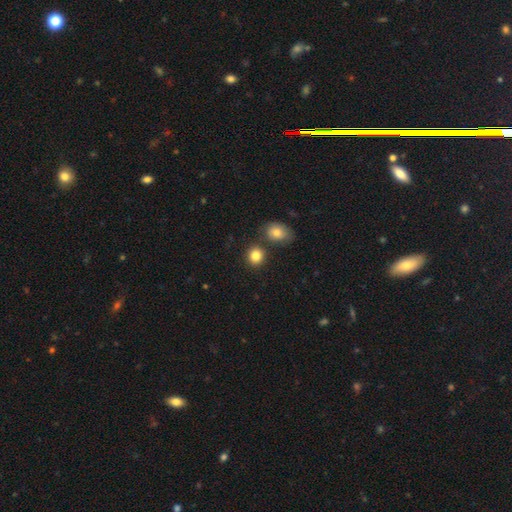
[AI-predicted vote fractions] Morphology: type=smooth (84%); roundness=round (78%); merging=none (76%).